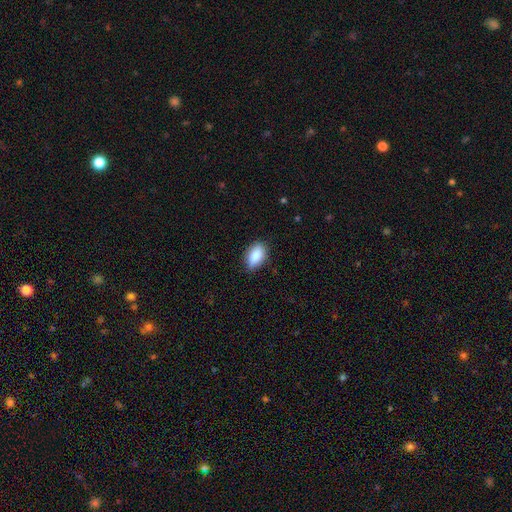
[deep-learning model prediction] Overall: smooth (87%). How rounded: in between (90%). Merging: none (79%).